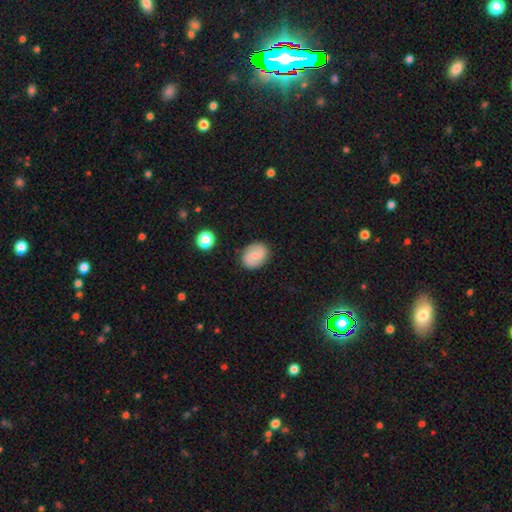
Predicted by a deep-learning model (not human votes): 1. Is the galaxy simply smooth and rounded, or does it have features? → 54% smooth, 37% featured or disk, 8% star or artifact.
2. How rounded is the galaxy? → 54% in between, 45% round, 1% cigar-shaped.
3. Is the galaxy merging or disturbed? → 85% none, 11% minor disturbance, 3% major disturbance, 2% merger.